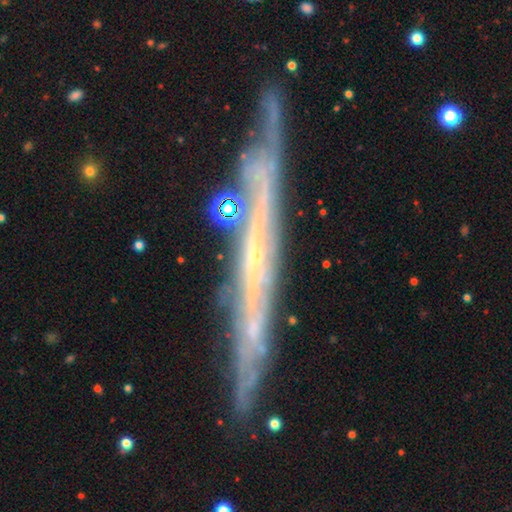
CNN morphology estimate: A featured or disk galaxy (78%) viewed edge-on (86%) with no central bulge (71%). Merging: none (80%).